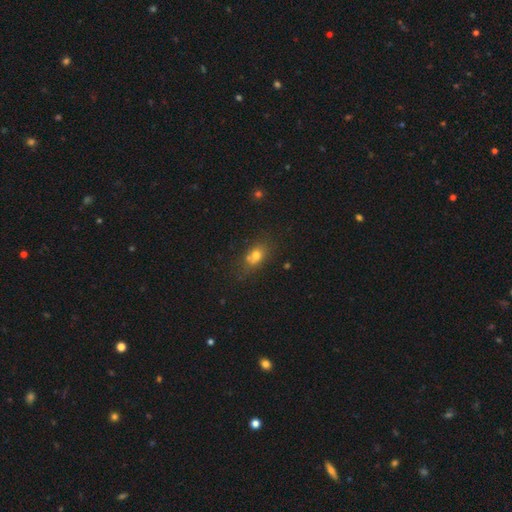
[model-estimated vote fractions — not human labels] Smooth or featured? Predicted: smooth (p=0.70). How rounded? Predicted: in between (p=0.59). Merging? Predicted: none (p=0.50).